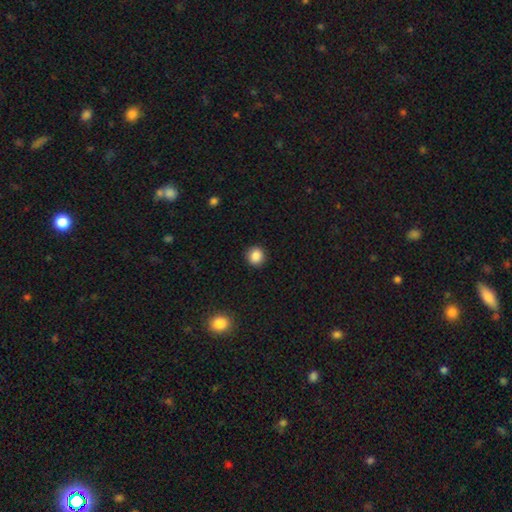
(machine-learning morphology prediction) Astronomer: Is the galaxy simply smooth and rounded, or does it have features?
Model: smooth — 87%.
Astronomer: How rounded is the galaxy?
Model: round — 89%.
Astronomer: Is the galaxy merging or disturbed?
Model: none — 91%.